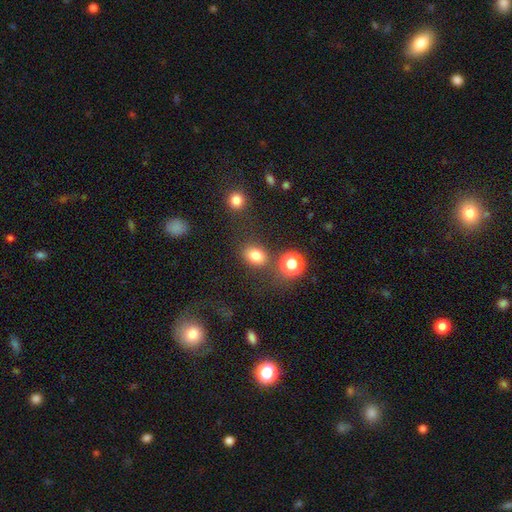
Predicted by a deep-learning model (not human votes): A smooth galaxy with no disk features (79%) that is in between round and cigar-shaped (55%). Merging: none (76%).